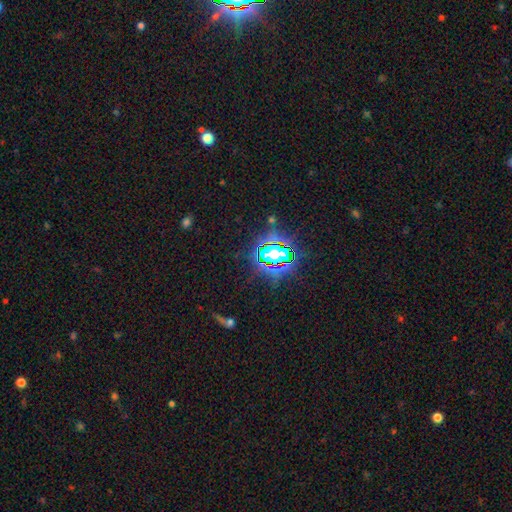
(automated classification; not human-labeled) A star or artifact, not a galaxy (80%).